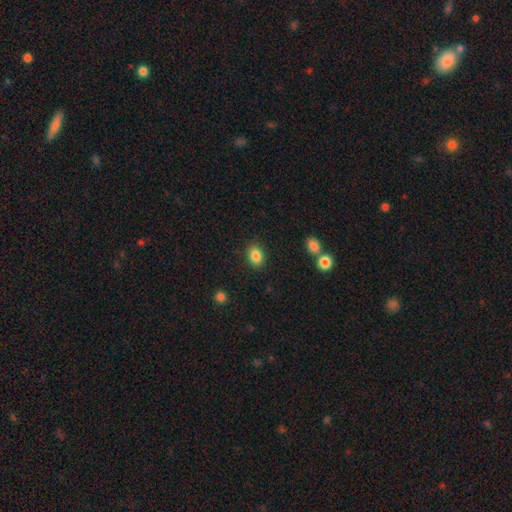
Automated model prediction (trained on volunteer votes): Smooth or featured?
  - smooth: 85% *
  - star or artifact: 9%
  - featured or disk: 6%
How rounded?
  - in between: 74% *
  - round: 24%
  - cigar-shaped: 1%
Merging?
  - none: 86% *
  - minor disturbance: 10%
  - major disturbance: 3%
  - merger: 2%